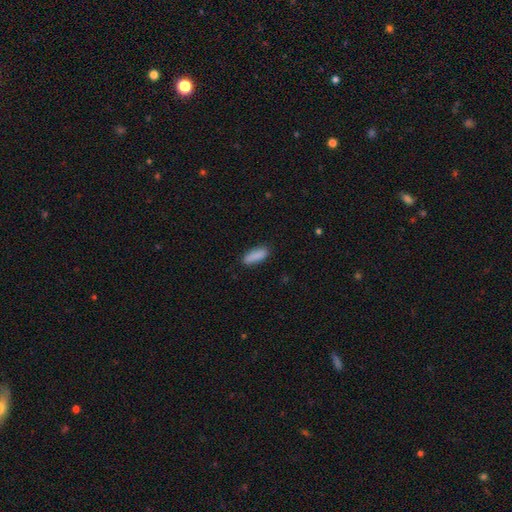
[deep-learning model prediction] Smooth or featured? smooth (89%)
How rounded? in between (62%)
Merging? none (84%)